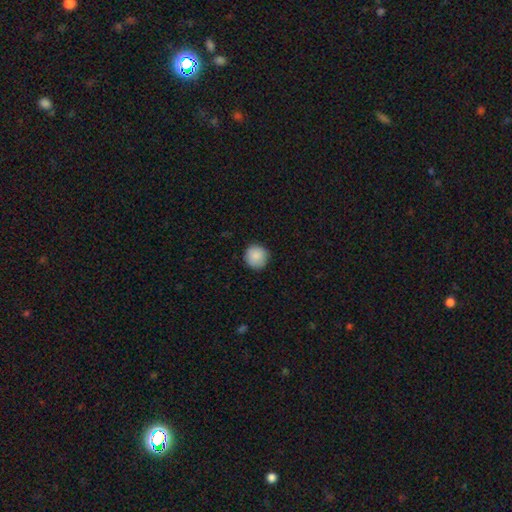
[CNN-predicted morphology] A smooth galaxy with no disk features (88%) that is round (94%). Merging: none (89%).